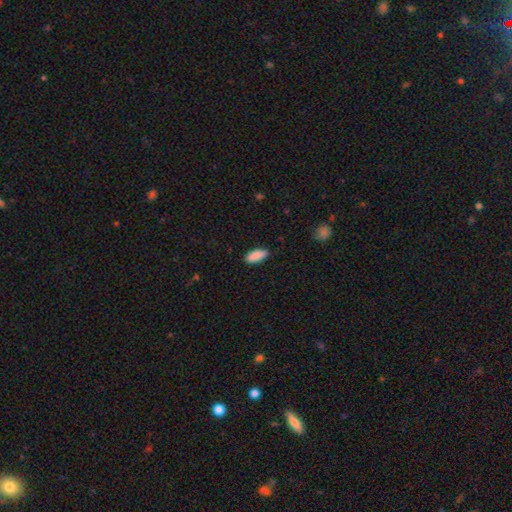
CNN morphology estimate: smooth_or_featured: smooth (p=0.90) [alt: star or artifact p=0.06]
how_rounded: in between (p=0.82) [alt: cigar-shaped p=0.16]
merging: none (p=0.86) [alt: minor disturbance p=0.11]